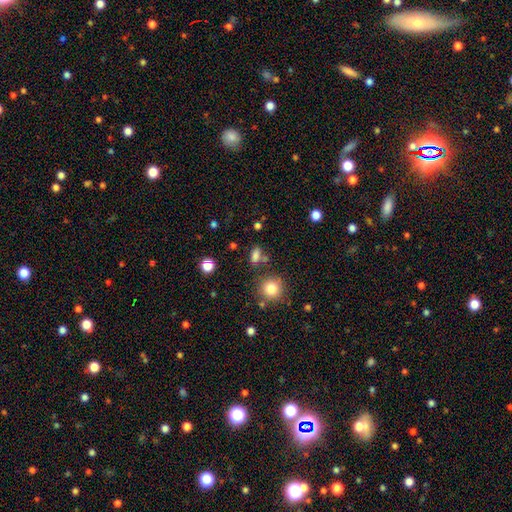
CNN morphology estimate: Q: Smooth or featured?
A: smooth (79%); runner-up: star or artifact (14%)
Q: How rounded?
A: in between (72%); runner-up: round (17%)
Q: Merging?
A: none (70%); runner-up: minor disturbance (13%)